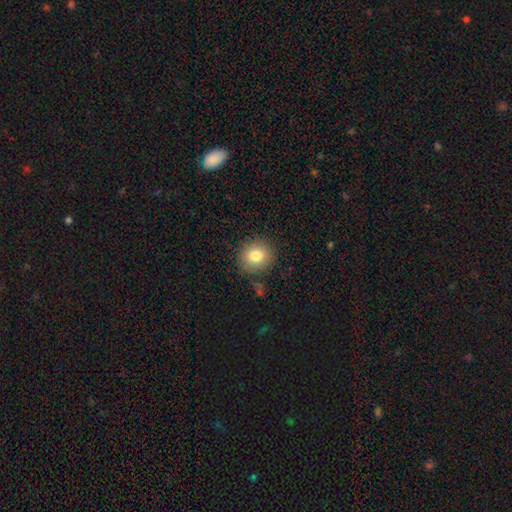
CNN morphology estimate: smooth 81%, star or artifact 10%, featured or disk 9%. Down the decision tree: how rounded — round (81%); merging — none (86%).